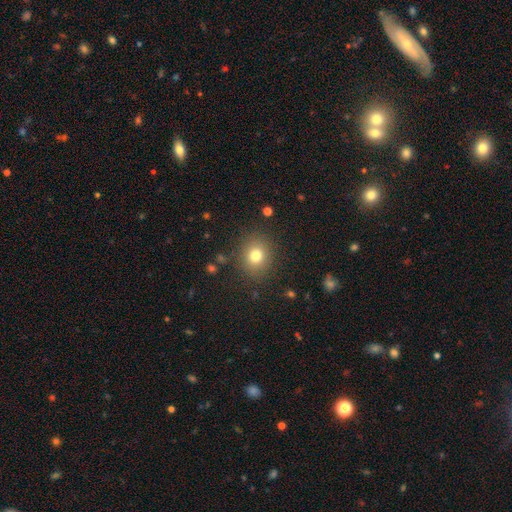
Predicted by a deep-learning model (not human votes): This is likely a smooth galaxy (77%). How rounded: likely round (73%). Merging: clearly none (86%).